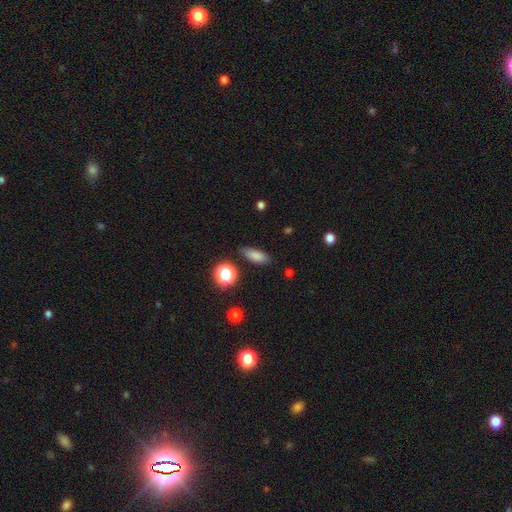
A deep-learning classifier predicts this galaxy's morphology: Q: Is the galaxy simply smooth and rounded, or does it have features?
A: smooth — 82%.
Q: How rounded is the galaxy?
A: in between — 68%.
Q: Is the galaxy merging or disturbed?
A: none — 83%.